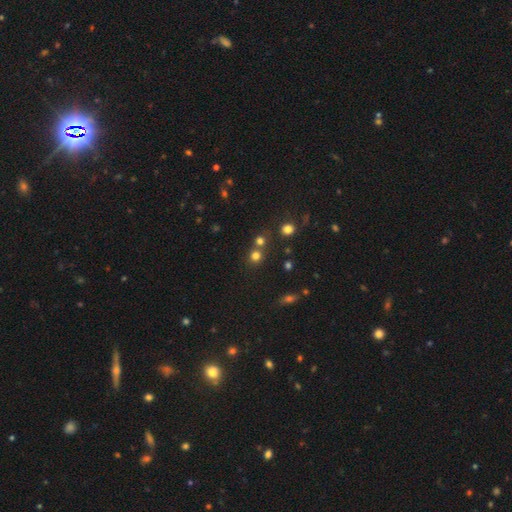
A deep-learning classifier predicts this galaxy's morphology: This appears to be a smooth galaxy with no disk features (72%) that is round (88%). Merging: none (64%).